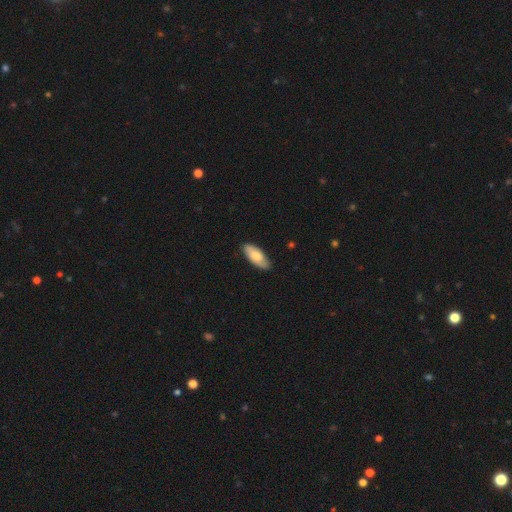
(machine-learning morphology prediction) Smooth or featured? smooth (74%)
How rounded? in between (83%)
Merging? none (83%)